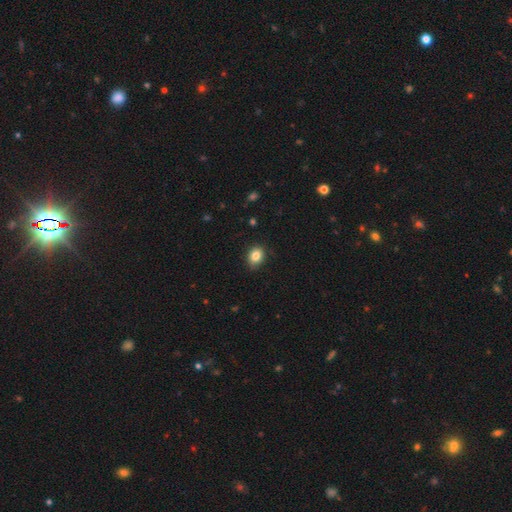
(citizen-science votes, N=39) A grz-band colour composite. It shows a smooth galaxy with no disk features (74%) that is round (66%). Merging: none (86%).